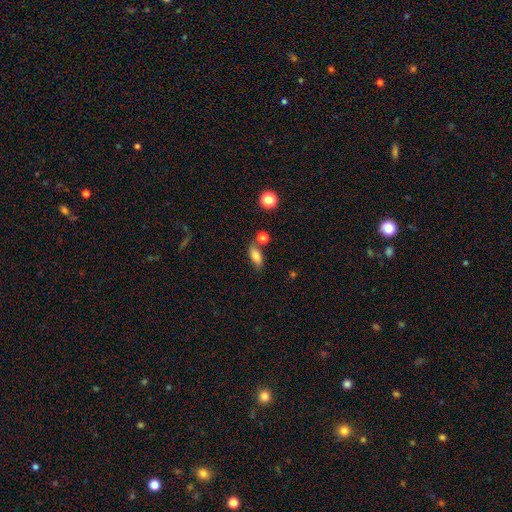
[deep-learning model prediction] smooth_or_featured: smooth (p=0.76) [alt: featured or disk p=0.14]
how_rounded: in between (p=0.77) [alt: cigar-shaped p=0.15]
merging: none (p=0.68) [alt: minor disturbance p=0.16]